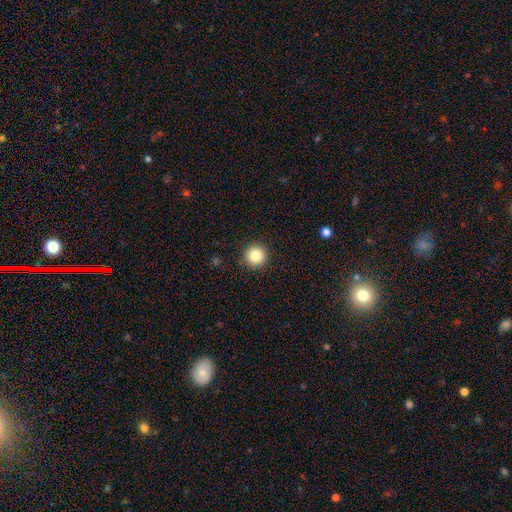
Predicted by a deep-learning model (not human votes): smooth_or_featured: smooth (p=0.85) [alt: star or artifact p=0.10]
how_rounded: round (p=0.96) [alt: in between p=0.03]
merging: none (p=0.92) [alt: minor disturbance p=0.05]